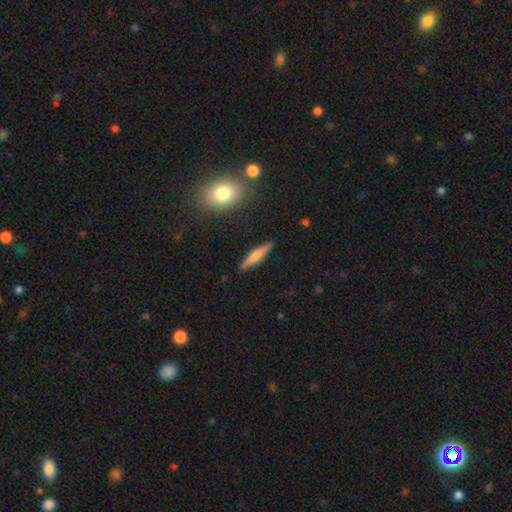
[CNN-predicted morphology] This appears to be a smooth galaxy with no disk features (57%) that is cigar-shaped (86%). Merging: none (89%).